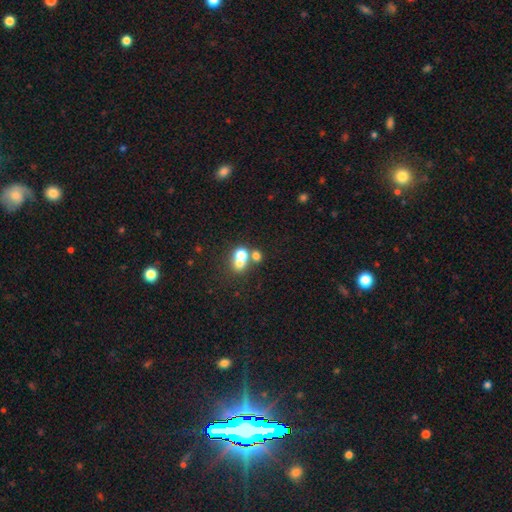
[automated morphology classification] smooth_or_featured: smooth (p=0.57) [alt: star or artifact p=0.26]
how_rounded: round (p=0.55) [alt: in between p=0.42]
merging: merger (p=0.46) [alt: none p=0.42]